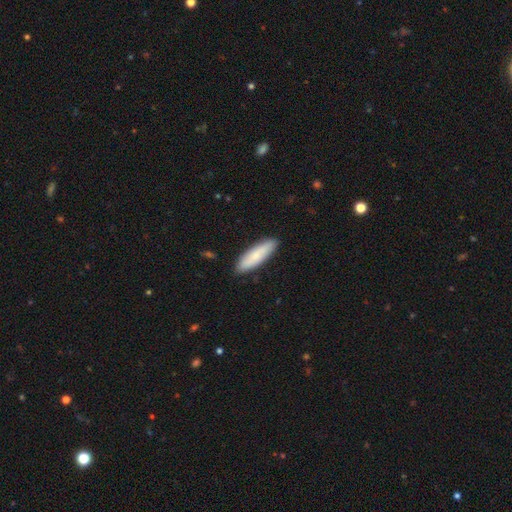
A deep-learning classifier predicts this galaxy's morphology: A smooth galaxy with no disk features (78%) that is cigar-shaped (60%).

Vote fractions:
- Smooth or featured? smooth: 78% / featured or disk: 17% / star or artifact: 5%
- How rounded? cigar-shaped: 60% / in between: 39% / round: 2%
- Merging? none: 89% / minor disturbance: 9% / major disturbance: 2% / merger: 1%